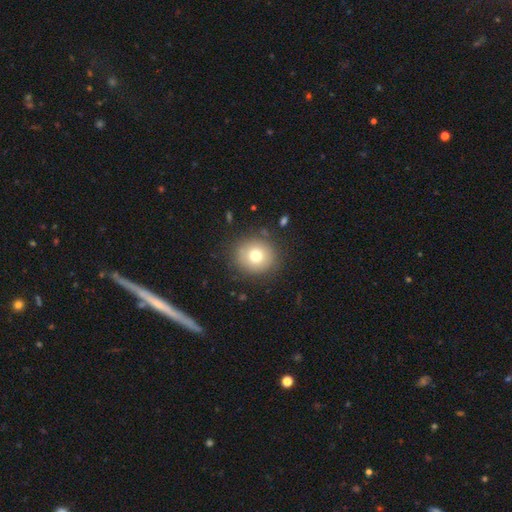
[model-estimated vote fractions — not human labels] smooth-or-featured: smooth: 74% | featured or disk: 15% | star or artifact: 12%
  how-rounded: round: 90% | in between: 10% | cigar-shaped: 1%
  merging: none: 86% | minor disturbance: 9% | major disturbance: 3% | merger: 2%